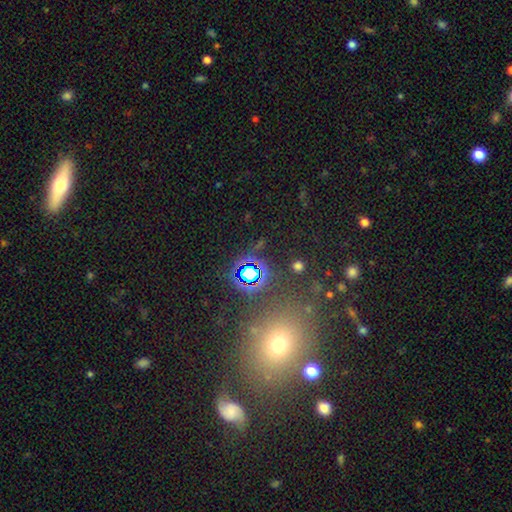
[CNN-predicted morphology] The model was most divided on "smooth or featured": star or artifact: 47%, smooth: 39%, featured or disk: 14%.